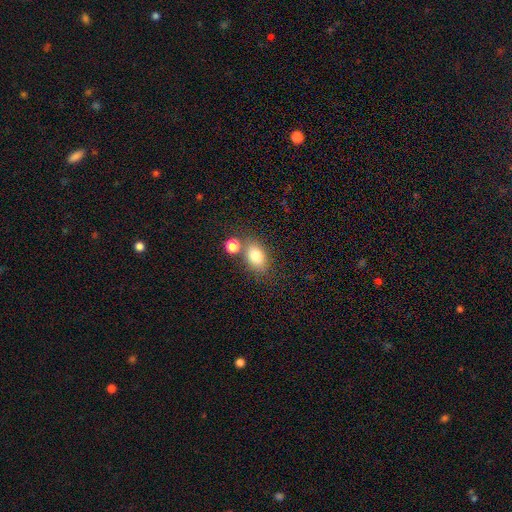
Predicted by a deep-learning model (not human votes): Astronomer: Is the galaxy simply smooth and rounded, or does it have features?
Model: smooth — 81%.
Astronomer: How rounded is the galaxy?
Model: in between — 79%.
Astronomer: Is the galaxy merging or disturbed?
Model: none — 64%.